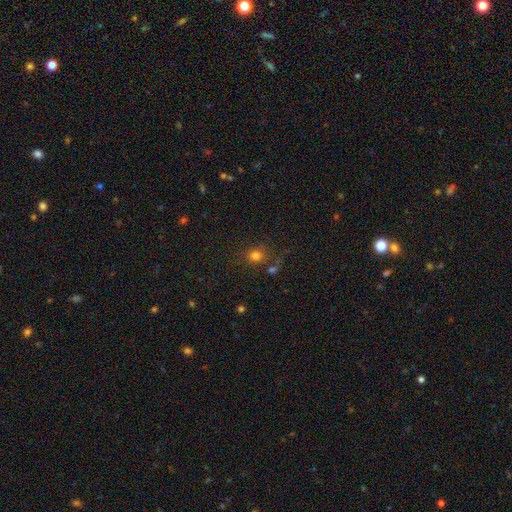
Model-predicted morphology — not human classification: The model was most divided on "smooth or featured": smooth: 76%, star or artifact: 18%, featured or disk: 7%. More confident: how rounded — round (80%); merging — none (72%).